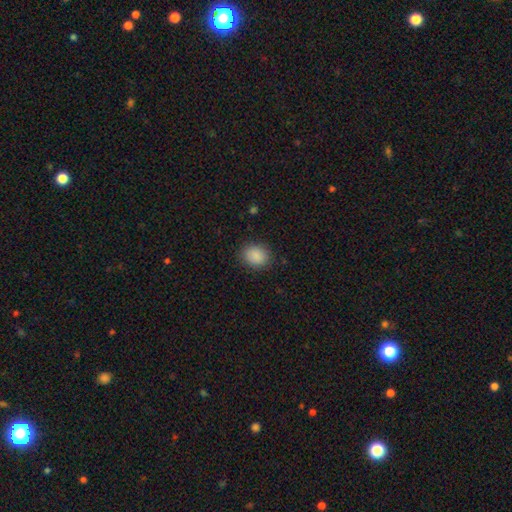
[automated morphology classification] type=smooth (88%); roundness=round (58%); merging=none (87%).